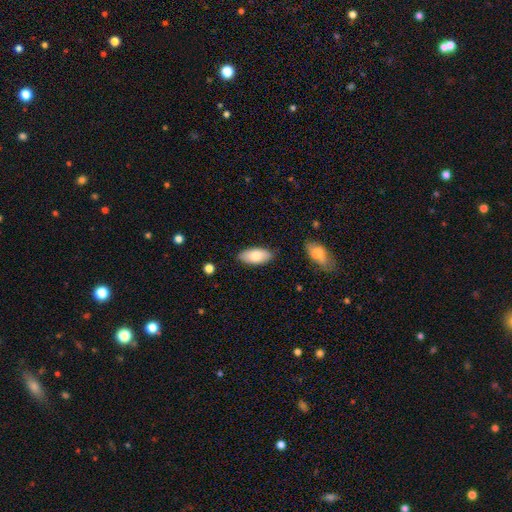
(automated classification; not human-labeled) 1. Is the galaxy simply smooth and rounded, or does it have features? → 81% smooth, 13% featured or disk, 6% star or artifact.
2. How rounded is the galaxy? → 91% in between, 7% cigar-shaped, 2% round.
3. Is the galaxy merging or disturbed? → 86% none, 11% minor disturbance, 2% major disturbance, 2% merger.